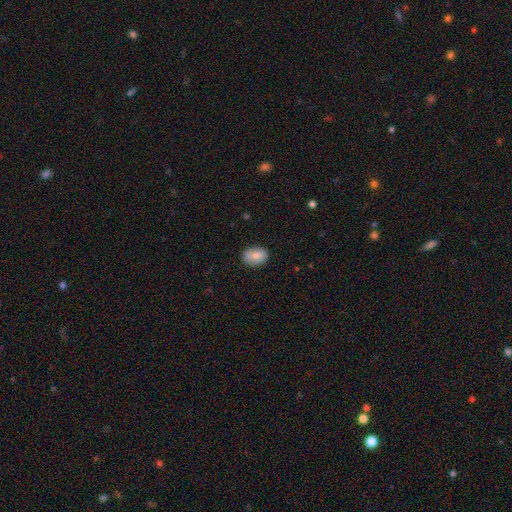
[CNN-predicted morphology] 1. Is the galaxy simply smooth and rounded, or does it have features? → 78% smooth, 15% featured or disk, 7% star or artifact.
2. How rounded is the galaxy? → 72% in between, 27% round, 1% cigar-shaped.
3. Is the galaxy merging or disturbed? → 84% none, 12% minor disturbance, 2% major disturbance, 1% merger.